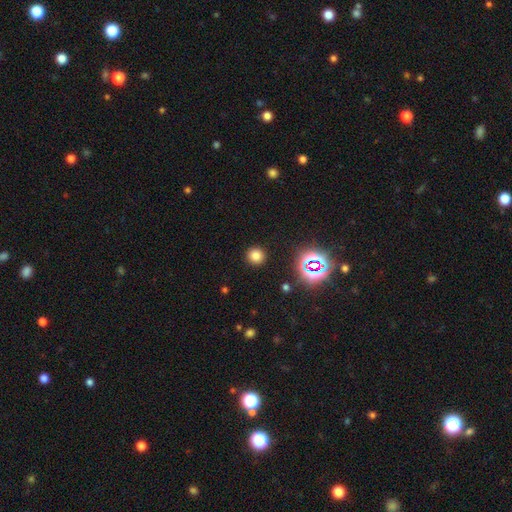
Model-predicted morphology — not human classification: Smooth or featured?
  - smooth: 74% *
  - star or artifact: 21%
  - featured or disk: 6%
How rounded?
  - round: 93% *
  - in between: 6%
  - cigar-shaped: 1%
Merging?
  - none: 91% *
  - minor disturbance: 5%
  - major disturbance: 2%
  - merger: 1%